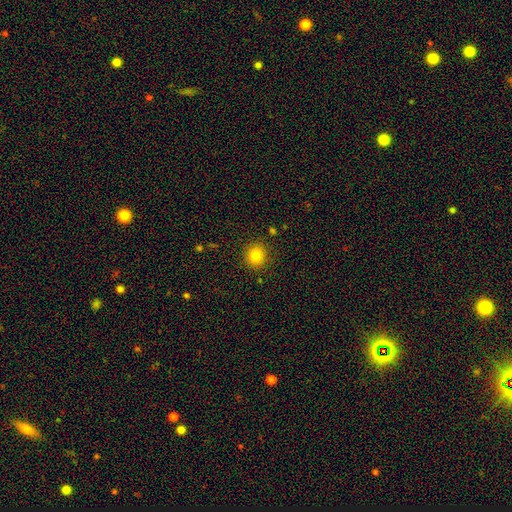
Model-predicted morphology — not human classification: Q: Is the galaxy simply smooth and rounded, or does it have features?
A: smooth — 81%.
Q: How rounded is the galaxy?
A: round — 88%.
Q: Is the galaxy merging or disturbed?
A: none — 90%.